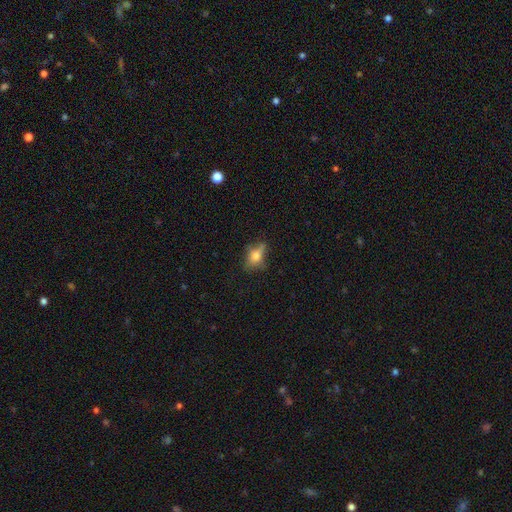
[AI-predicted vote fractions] smooth 61%, featured or disk 27%, star or artifact 12%. Down the decision tree: how rounded — in between (72%); merging — none (54%).